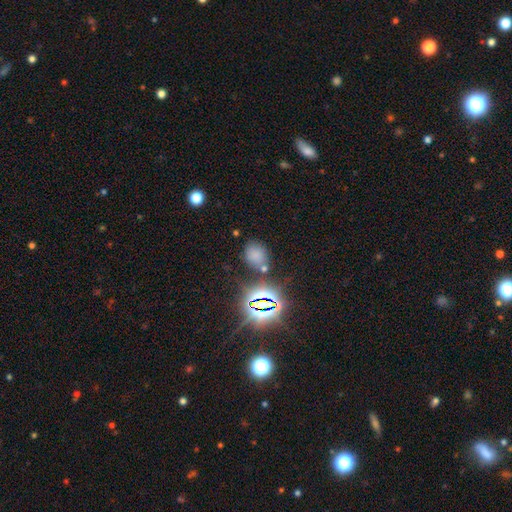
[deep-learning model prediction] The model was most divided on "how rounded": in between: 56%, round: 43%, cigar-shaped: 2%. More confident: merging — none (68%); smooth or featured — smooth (64%).